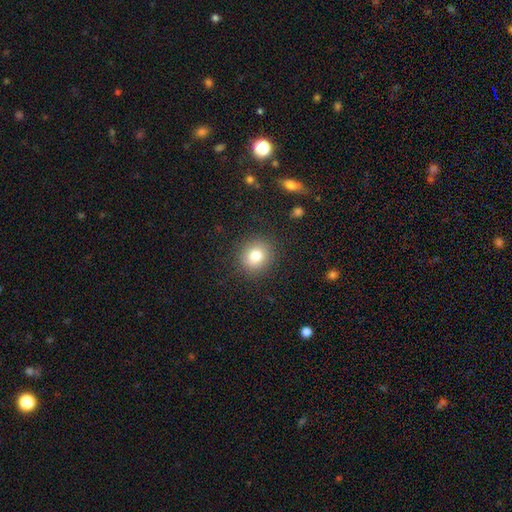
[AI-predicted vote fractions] smooth-or-featured: smooth: 80% | star or artifact: 11% | featured or disk: 9%
  how-rounded: round: 83% | in between: 16% | cigar-shaped: 1%
  merging: none: 88% | minor disturbance: 8% | major disturbance: 3% | merger: 1%